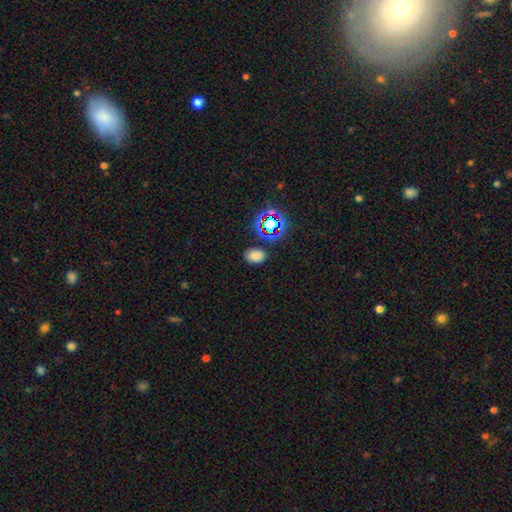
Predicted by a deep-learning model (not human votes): smooth-or-featured: smooth: 72% | star or artifact: 21% | featured or disk: 6%
  how-rounded: in between: 76% | round: 23% | cigar-shaped: 1%
  merging: none: 83% | minor disturbance: 11% | major disturbance: 3% | merger: 3%